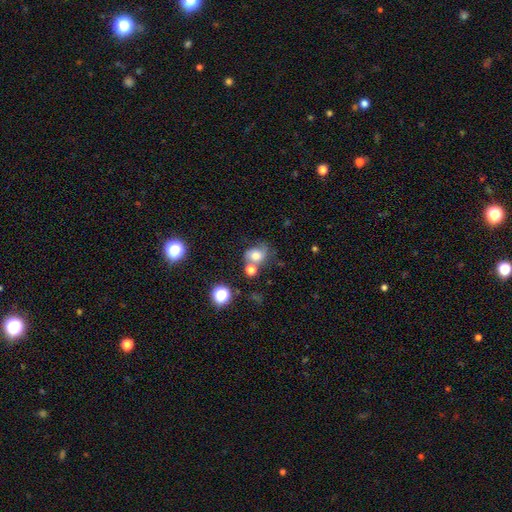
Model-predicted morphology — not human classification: smooth 66%, featured or disk 21%, star or artifact 14%. Down the decision tree: how rounded — round (58%); merging — none (41%).